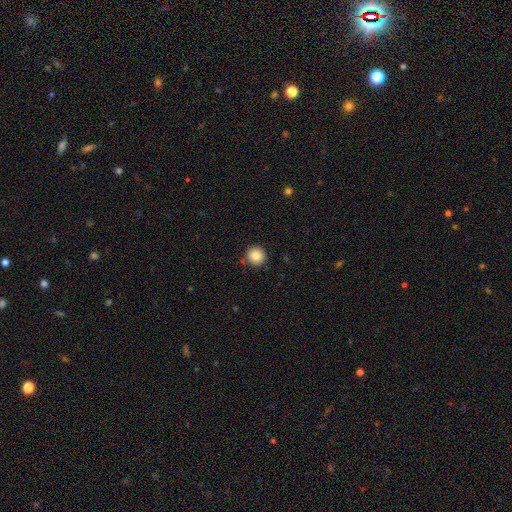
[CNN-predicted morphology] A smooth galaxy with no disk features (85%) that is round (95%).

Vote fractions:
- Smooth or featured? smooth: 85% / star or artifact: 9% / featured or disk: 6%
- How rounded? round: 95% / in between: 4% / cigar-shaped: 1%
- Merging? none: 88% / minor disturbance: 8% / merger: 2% / major disturbance: 2%